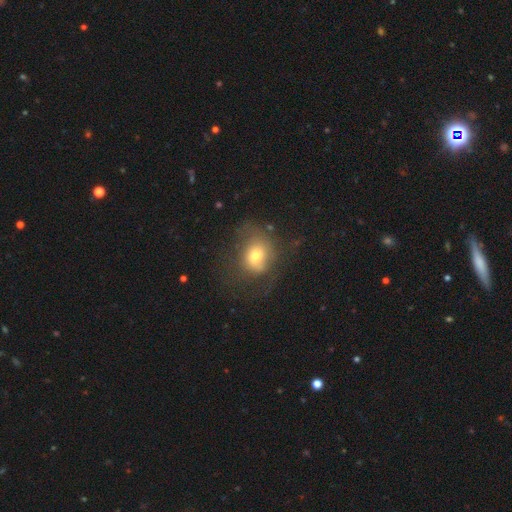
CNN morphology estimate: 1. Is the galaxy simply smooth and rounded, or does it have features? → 66% smooth, 22% featured or disk, 12% star or artifact.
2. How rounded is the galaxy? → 59% round, 40% in between, 1% cigar-shaped.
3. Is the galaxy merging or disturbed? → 52% none, 23% minor disturbance, 23% major disturbance, 2% merger.